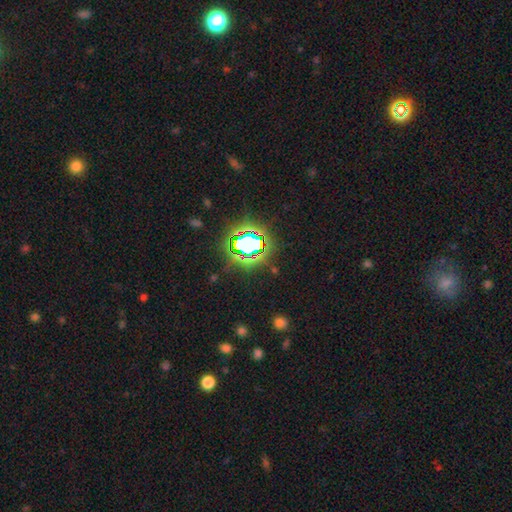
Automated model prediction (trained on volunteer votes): smooth-or-featured: star or artifact: 76% | smooth: 15% | featured or disk: 9%